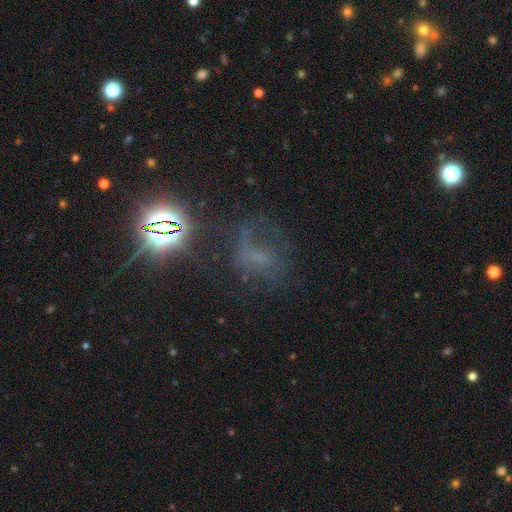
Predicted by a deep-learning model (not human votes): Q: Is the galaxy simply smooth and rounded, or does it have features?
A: star or artifact — 45%.